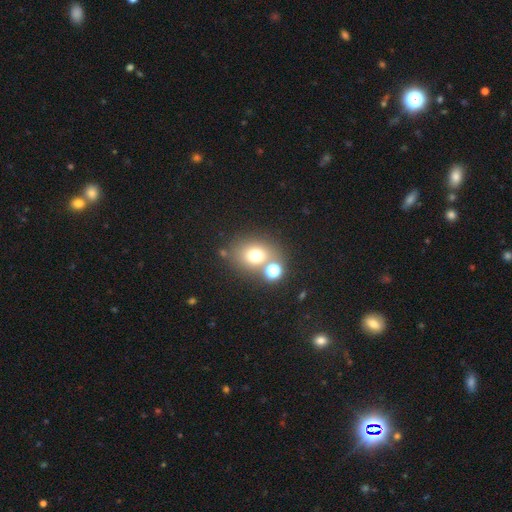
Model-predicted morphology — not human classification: type=smooth (69%); roundness=round (65%); merging=none (63%).